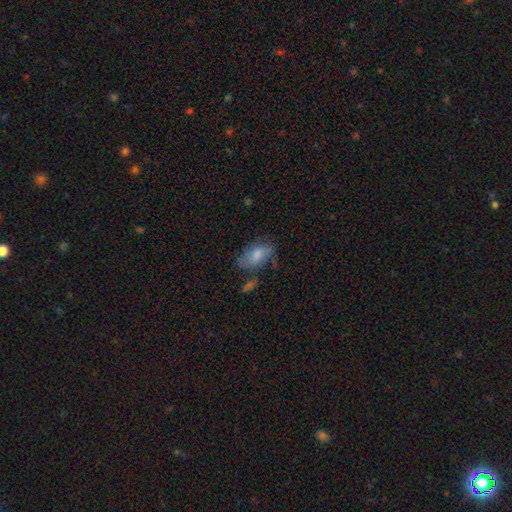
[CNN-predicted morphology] Smooth or featured? smooth (61%)
How rounded? in between (88%)
Merging? none (52%)